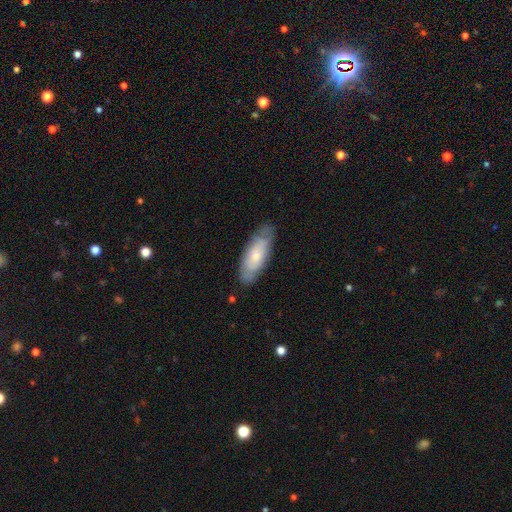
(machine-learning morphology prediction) A smooth galaxy with no disk features (57%) that is in between round and cigar-shaped (73%).

Vote fractions:
- Smooth or featured? smooth: 57% / featured or disk: 37% / star or artifact: 6%
- How rounded? in between: 73% / cigar-shaped: 25% / round: 2%
- Merging? none: 76% / minor disturbance: 19% / major disturbance: 4% / merger: 1%